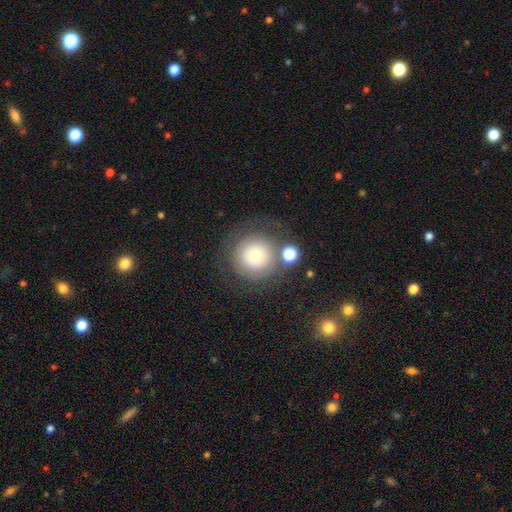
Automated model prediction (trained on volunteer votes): A smooth galaxy with no disk features (64%) that is round (96%). Merging: none (72%).